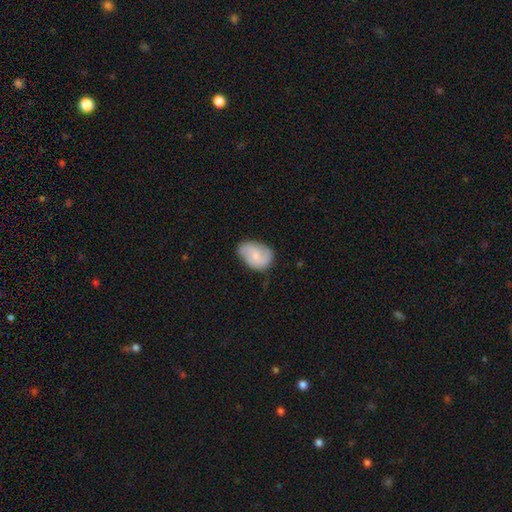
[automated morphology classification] The model was most divided on "smooth or featured": smooth: 49%, featured or disk: 45%, star or artifact: 7%. More confident: merging — none (68%).